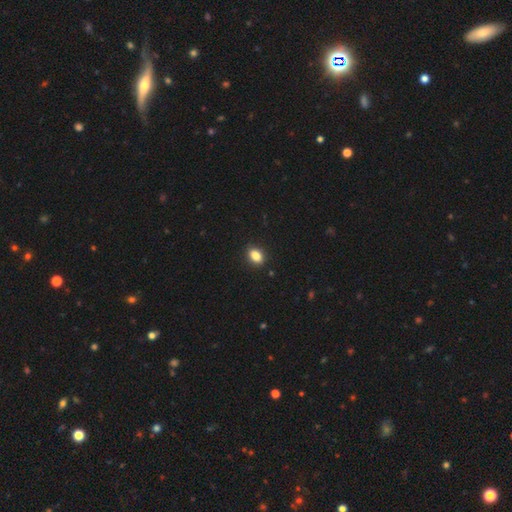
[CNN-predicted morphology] type=smooth (85%); roundness=in between (81%); merging=none (90%).